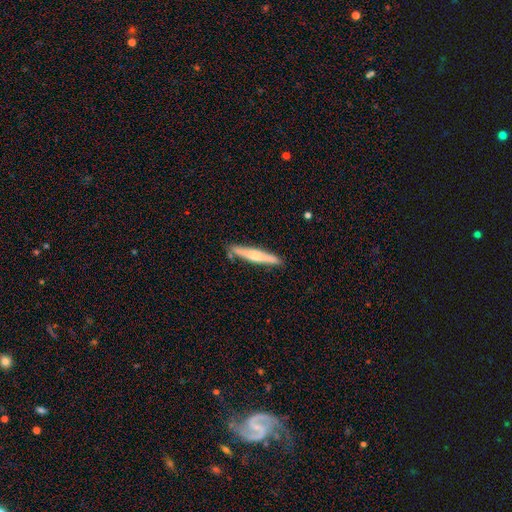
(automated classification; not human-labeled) smooth-or-featured: smooth: 53% | featured or disk: 42% | star or artifact: 6%
  how-rounded: cigar-shaped: 93% | in between: 5% | round: 1%
  merging: none: 83% | minor disturbance: 12% | merger: 3% | major disturbance: 2%